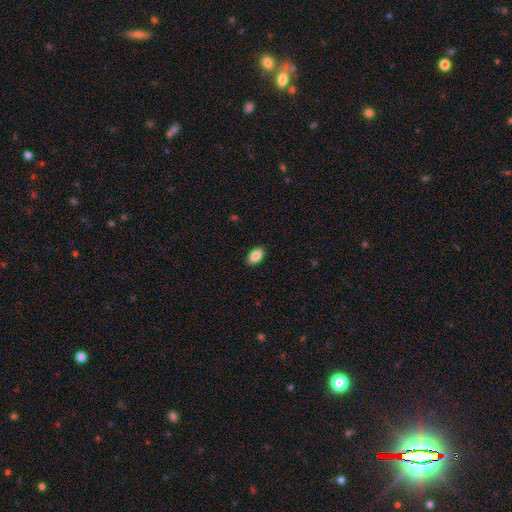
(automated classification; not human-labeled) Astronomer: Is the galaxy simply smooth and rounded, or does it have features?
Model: smooth — 88%.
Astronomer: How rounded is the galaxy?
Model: in between — 94%.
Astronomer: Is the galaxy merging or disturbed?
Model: none — 89%.